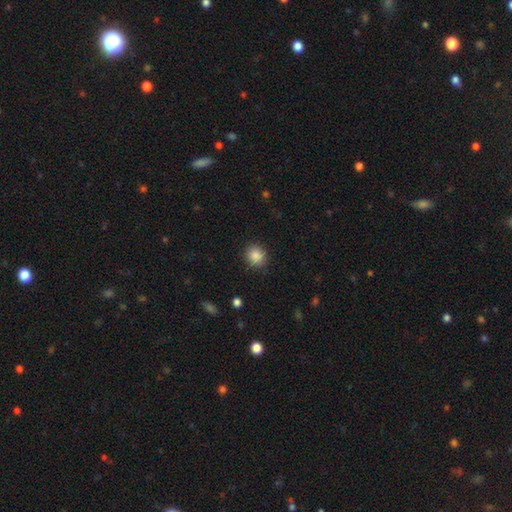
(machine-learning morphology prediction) Smooth or featured? Predicted: smooth (p=0.87). How rounded? Predicted: round (p=0.86). Merging? Predicted: none (p=0.89).